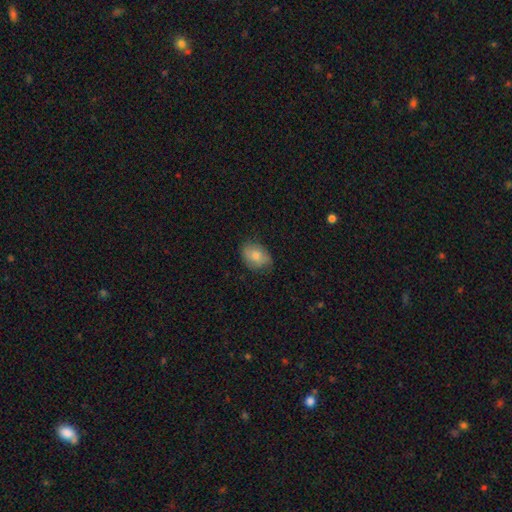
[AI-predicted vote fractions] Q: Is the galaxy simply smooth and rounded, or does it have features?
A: smooth — 77%.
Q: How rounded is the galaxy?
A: in between — 74%.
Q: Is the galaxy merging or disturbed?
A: none — 72%.